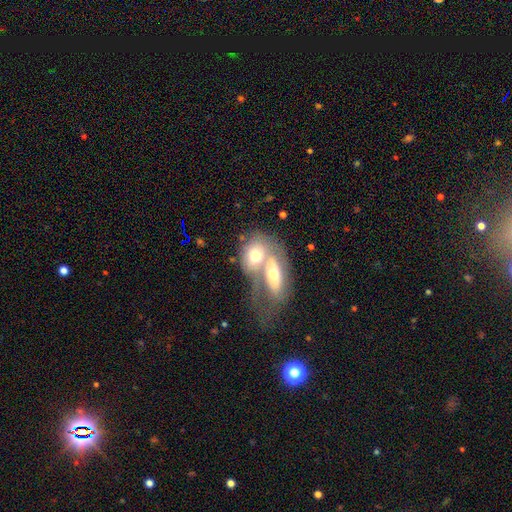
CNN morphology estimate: Smooth or featured?
  - smooth: 56% *
  - featured or disk: 37%
  - star or artifact: 6%
How rounded?
  - in between: 75% *
  - round: 20%
  - cigar-shaped: 5%
Merging?
  - merger: 75% *
  - none: 13%
  - major disturbance: 7%
  - minor disturbance: 6%